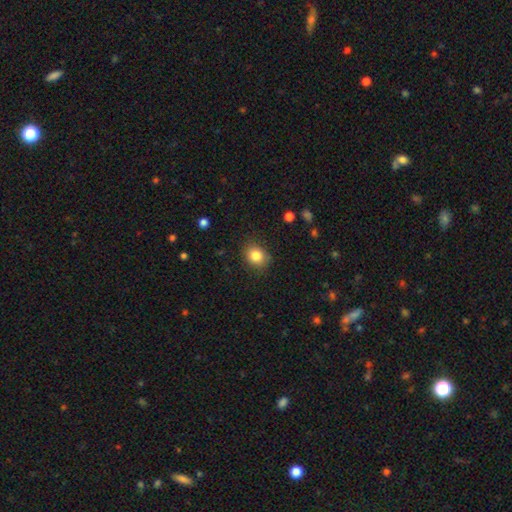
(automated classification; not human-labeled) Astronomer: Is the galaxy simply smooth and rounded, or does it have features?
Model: smooth — 84%.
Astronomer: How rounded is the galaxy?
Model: round — 65%.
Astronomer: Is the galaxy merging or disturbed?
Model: none — 83%.